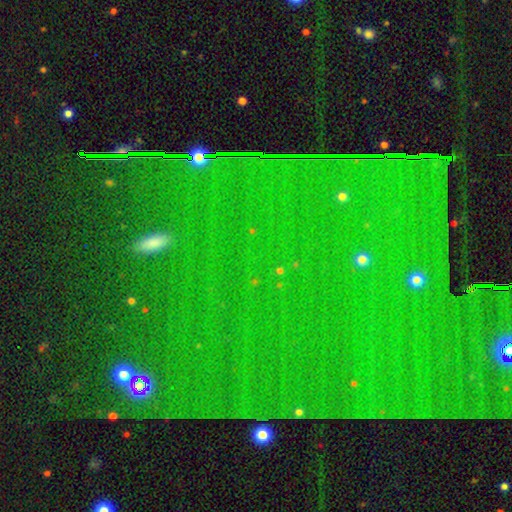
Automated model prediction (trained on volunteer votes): star or artifact 82%, smooth 10%, featured or disk 8%.